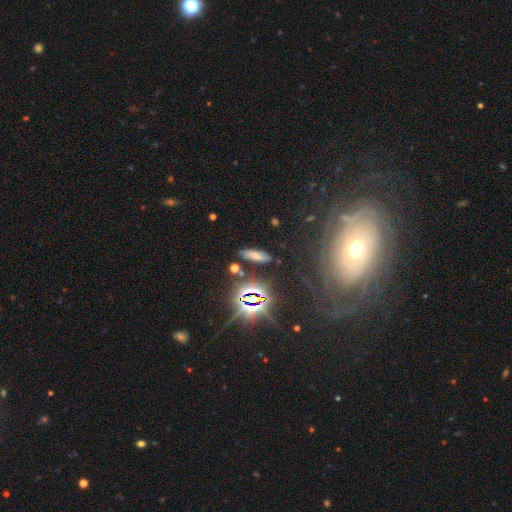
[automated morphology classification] smooth 54%, star or artifact 30%, featured or disk 16%. Down the decision tree: how rounded — in between (48%, tied with cigar-shaped); merging — none (78%).